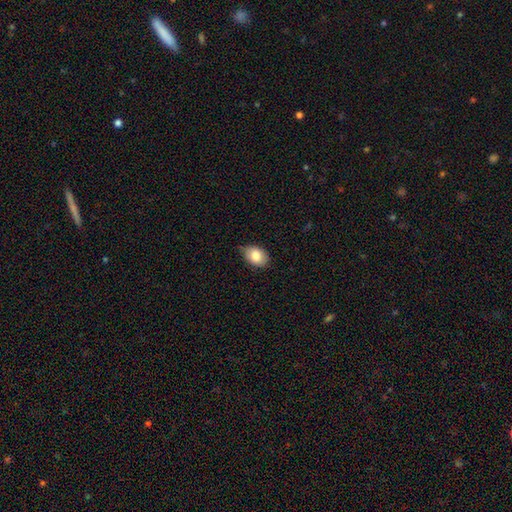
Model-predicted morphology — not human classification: smooth_or_featured: smooth (p=0.84) [alt: featured or disk p=0.09]
how_rounded: in between (p=0.77) [alt: round p=0.22]
merging: none (p=0.75) [alt: minor disturbance p=0.21]